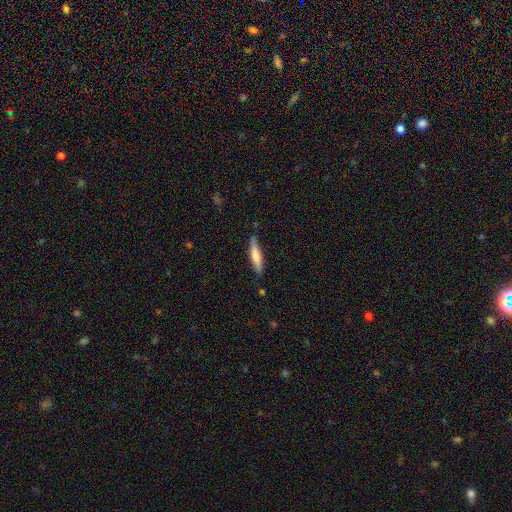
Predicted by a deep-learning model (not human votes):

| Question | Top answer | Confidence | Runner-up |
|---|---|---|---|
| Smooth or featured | smooth | 64% | featured or disk (30%) |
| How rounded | cigar-shaped | 85% | in between (14%) |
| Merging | none | 81% | minor disturbance (15%) |